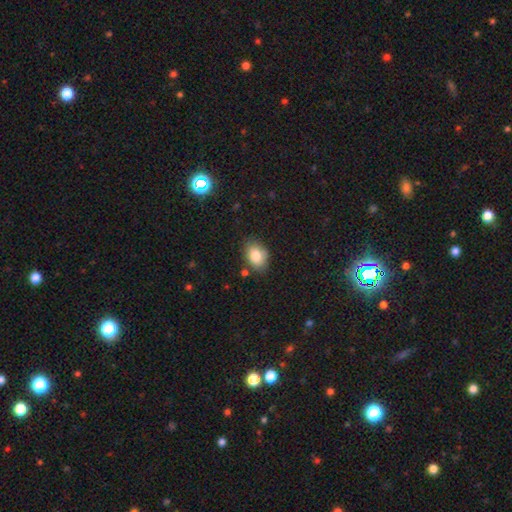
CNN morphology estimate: type=smooth (82%); roundness=in between (78%); merging=none (76%).